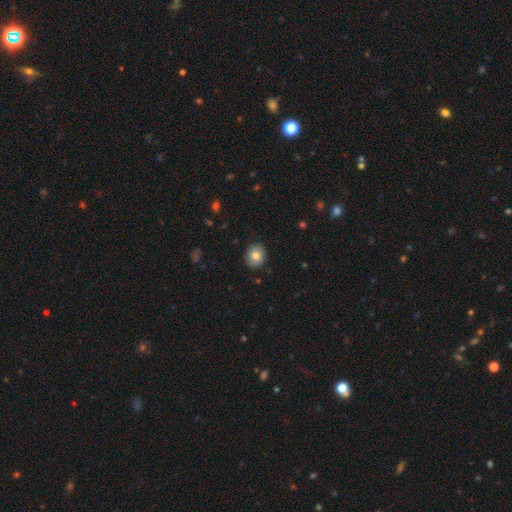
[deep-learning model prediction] smooth 81%, featured or disk 10%, star or artifact 9%. Down the decision tree: how rounded — round (70%); merging — none (88%).